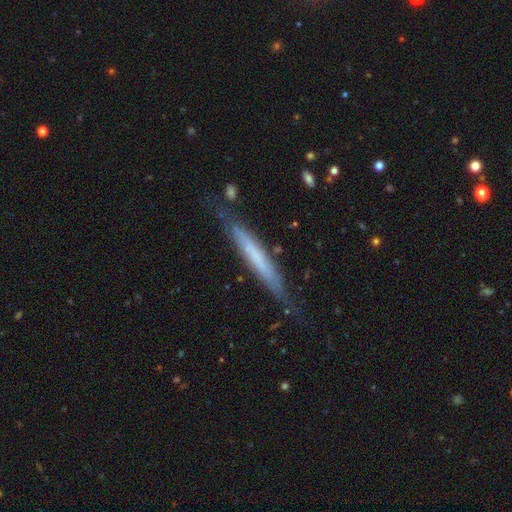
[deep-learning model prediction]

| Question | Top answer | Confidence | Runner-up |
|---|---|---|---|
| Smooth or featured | featured or disk | 50% | smooth (43%) |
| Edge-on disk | yes | 87% | no (13%) |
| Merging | none | 74% | minor disturbance (19%) |